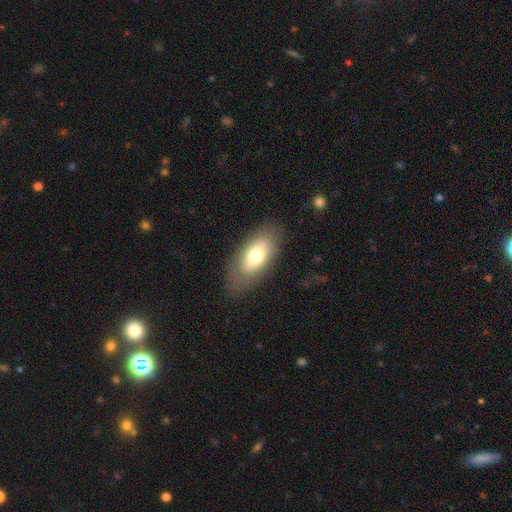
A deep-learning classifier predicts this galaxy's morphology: Smooth or featured? Predicted: smooth (p=0.67). How rounded? Predicted: in between (p=0.89). Merging? Predicted: none (p=0.79).